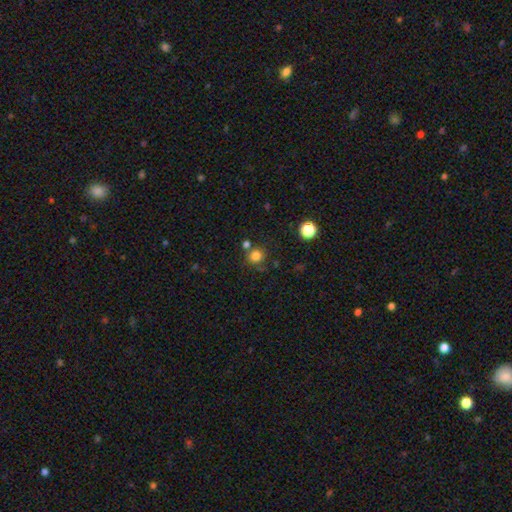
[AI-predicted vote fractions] Smooth or featured?
  - smooth: 79% *
  - star or artifact: 14%
  - featured or disk: 6%
How rounded?
  - round: 90% *
  - in between: 9%
  - cigar-shaped: 1%
Merging?
  - none: 71% *
  - merger: 14%
  - minor disturbance: 11%
  - major disturbance: 4%